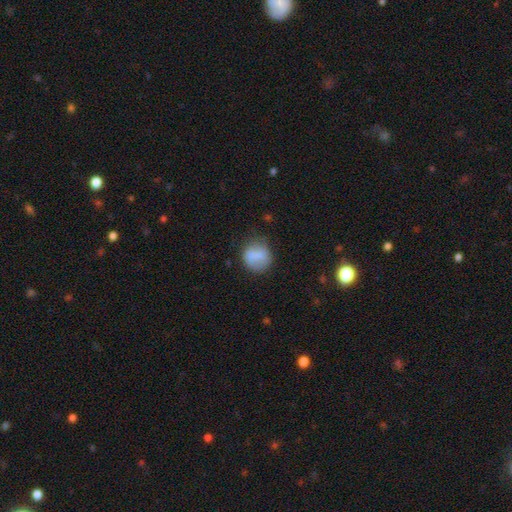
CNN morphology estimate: Smooth or featured: smooth — 78% (featured or disk — 14%)
How rounded: round — 79% (in between — 20%)
Merging: none — 68% (minor disturbance — 21%)